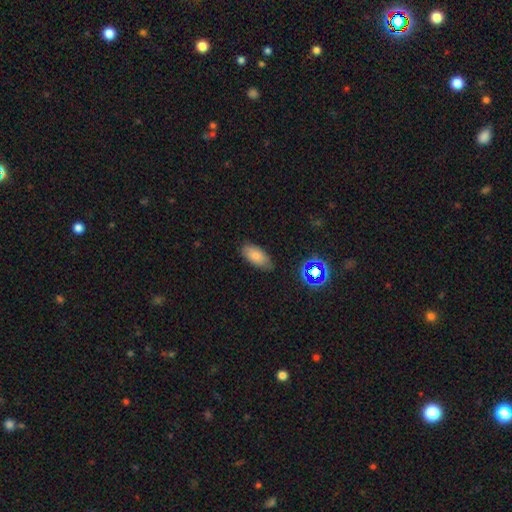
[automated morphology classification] Overall: smooth (81%). How rounded: in between (90%). Merging: none (80%).